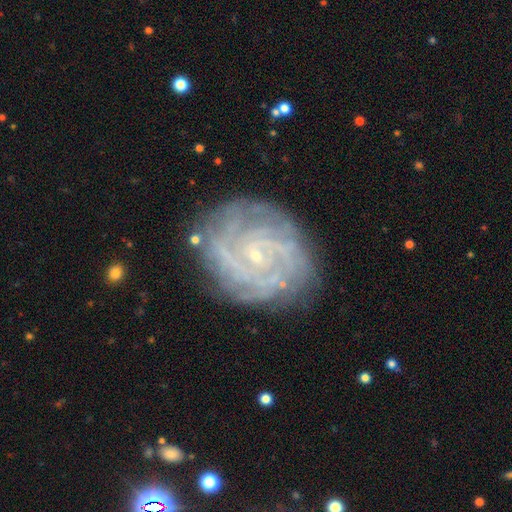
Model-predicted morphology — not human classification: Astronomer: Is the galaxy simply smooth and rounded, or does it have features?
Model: featured or disk — 84%.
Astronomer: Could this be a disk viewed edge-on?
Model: no — 97%.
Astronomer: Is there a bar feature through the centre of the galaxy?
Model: no — 67%.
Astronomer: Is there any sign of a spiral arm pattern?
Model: yes — 95%.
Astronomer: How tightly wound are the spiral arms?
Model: tight — 75%.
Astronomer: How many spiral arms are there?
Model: can't tell — 31% (runner-up: 4, 19%).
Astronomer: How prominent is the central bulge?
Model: small — 87%.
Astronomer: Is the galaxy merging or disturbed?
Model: none — 79%.